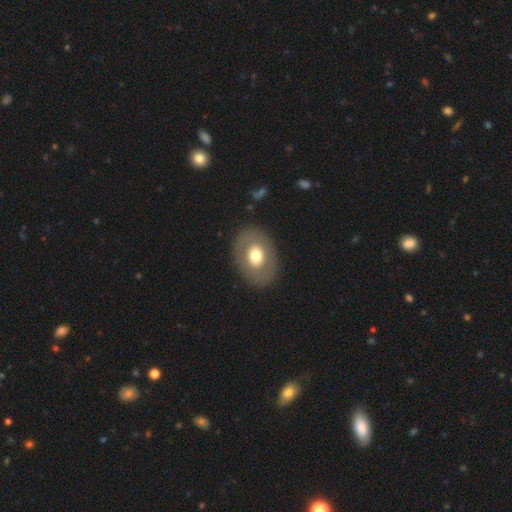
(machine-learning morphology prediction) This is possibly a smooth galaxy (59%). How rounded: likely in between (66%). Merging: clearly none (86%).